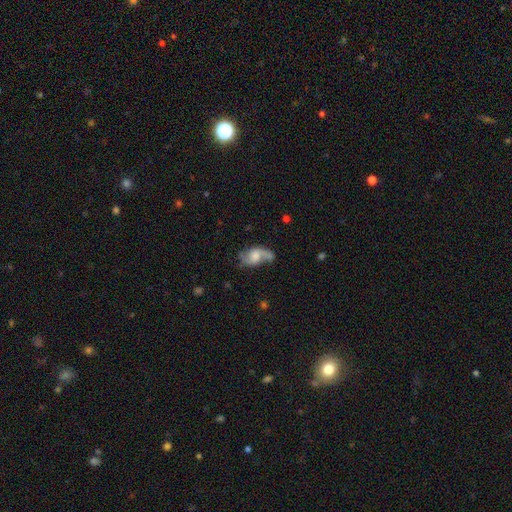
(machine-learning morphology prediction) This appears to be a featured or disk galaxy (74%) with no bar (54%), 2 (89%) loose (60%) spiral arms (92%) and a moderate central bulge (29%, tied with large). Merging: none (57%).